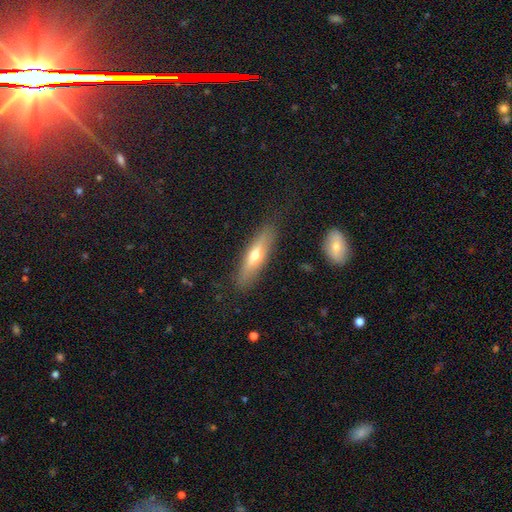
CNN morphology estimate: This is possibly a smooth galaxy (53%). How rounded: likely cigar-shaped (68%). Merging: clearly none (85%).